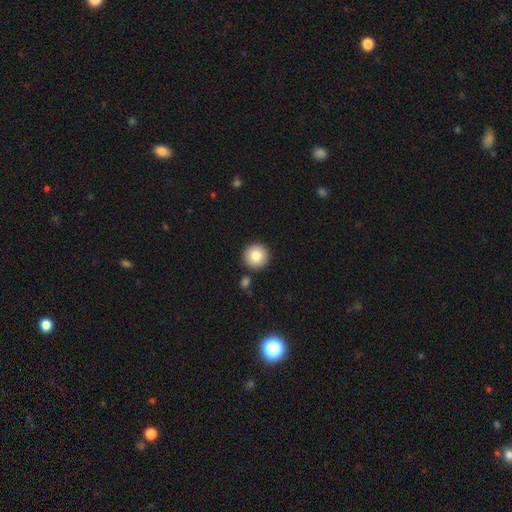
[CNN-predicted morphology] Smooth or featured: smooth — 83% (star or artifact — 9%)
How rounded: round — 95% (in between — 4%)
Merging: none — 87% (minor disturbance — 6%)